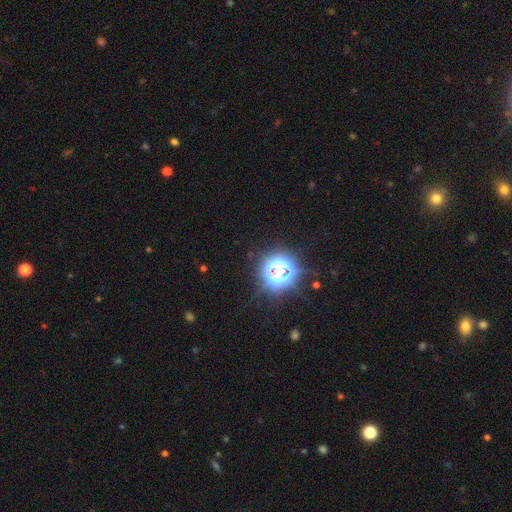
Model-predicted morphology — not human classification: A star or artifact, not a galaxy (80%).

Vote fractions:
- Smooth or featured? star or artifact: 80% / smooth: 14% / featured or disk: 6%